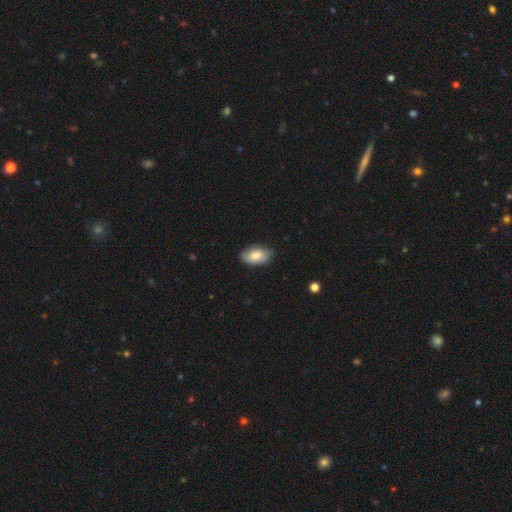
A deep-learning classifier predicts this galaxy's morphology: Q: Smooth or featured?
A: smooth (82%); runner-up: featured or disk (12%)
Q: How rounded?
A: in between (94%); runner-up: round (5%)
Q: Merging?
A: none (82%); runner-up: minor disturbance (14%)